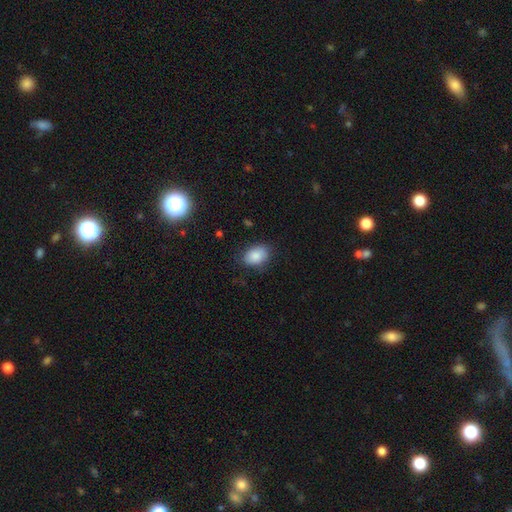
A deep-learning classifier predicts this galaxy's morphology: A smooth galaxy with no disk features (85%) that is in between round and cigar-shaped (81%).

Vote fractions:
- Smooth or featured? smooth: 85% / star or artifact: 8% / featured or disk: 7%
- How rounded? in between: 81% / round: 18% / cigar-shaped: 1%
- Merging? none: 76% / minor disturbance: 18% / major disturbance: 5% / merger: 1%